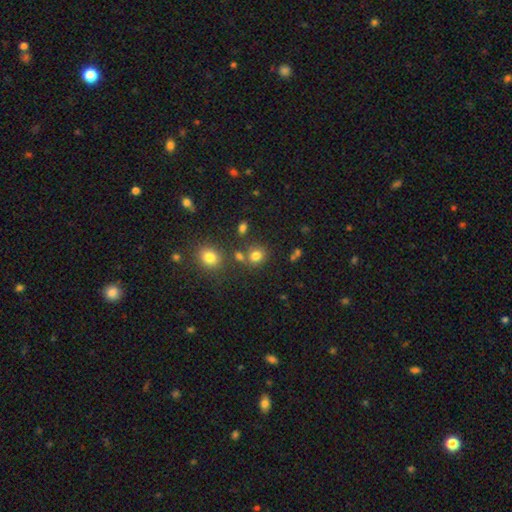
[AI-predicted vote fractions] smooth_or_featured: smooth (p=0.78) [alt: star or artifact p=0.15]
how_rounded: round (p=0.73) [alt: in between p=0.26]
merging: none (p=0.70) [alt: merger p=0.15]